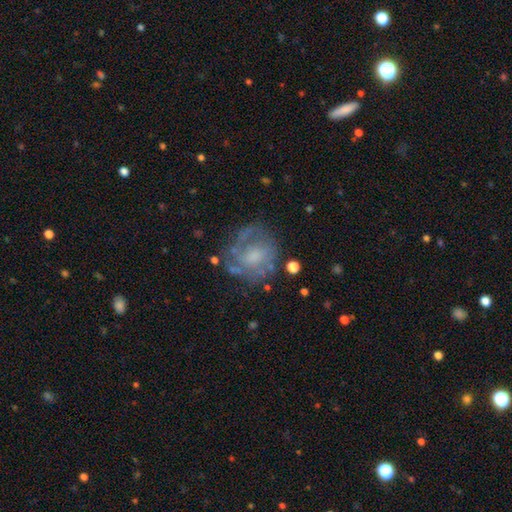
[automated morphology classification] Overall: featured or disk (60%; smooth 30%). Edge-on disk: no (97%). Bar: no (73%). Spiral arms: yes (55%; no 45%). Bulge size: moderate (40%; small 28%). Merging: none (61%).